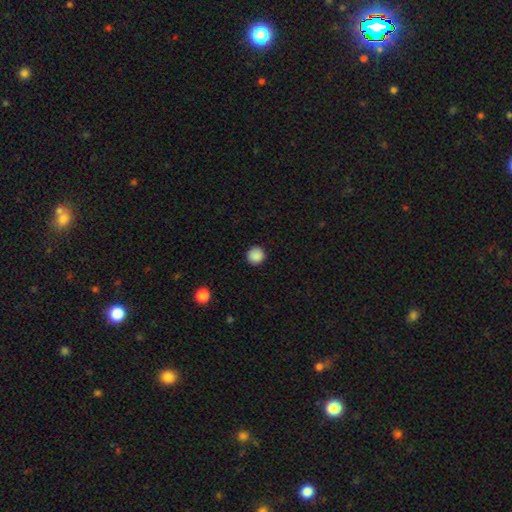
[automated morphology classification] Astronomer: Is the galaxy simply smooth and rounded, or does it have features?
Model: smooth — 88%.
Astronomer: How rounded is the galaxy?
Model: round — 93%.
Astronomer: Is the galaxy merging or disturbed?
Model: none — 91%.